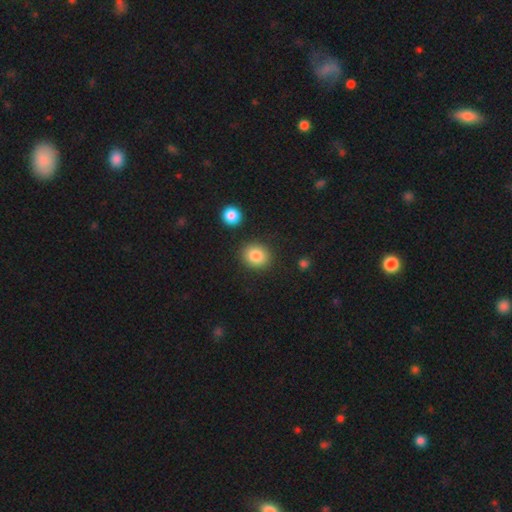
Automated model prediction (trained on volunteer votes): smooth 86%, star or artifact 9%, featured or disk 5%. Down the decision tree: how rounded — round (71%); merging — none (86%).